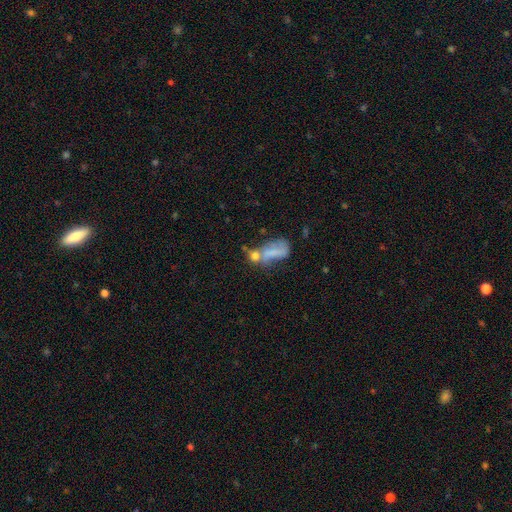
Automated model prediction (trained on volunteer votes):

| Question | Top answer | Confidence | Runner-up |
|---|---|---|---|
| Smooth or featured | smooth | 53% | featured or disk (33%) |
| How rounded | in between | 76% | cigar-shaped (15%) |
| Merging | merger | 38% | none (24%) |